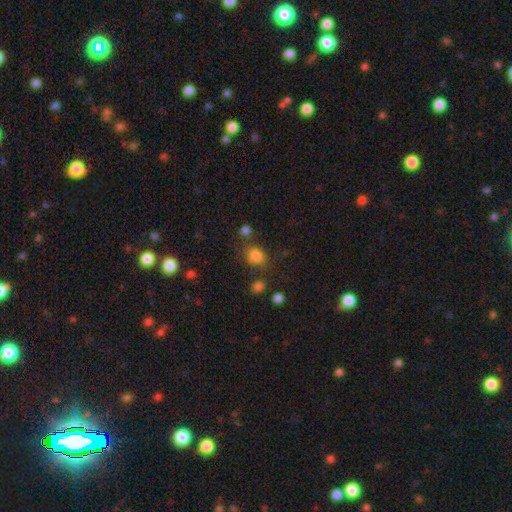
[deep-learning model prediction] A smooth galaxy with no disk features (81%) that is in between round and cigar-shaped (57%). Merging: none (68%).